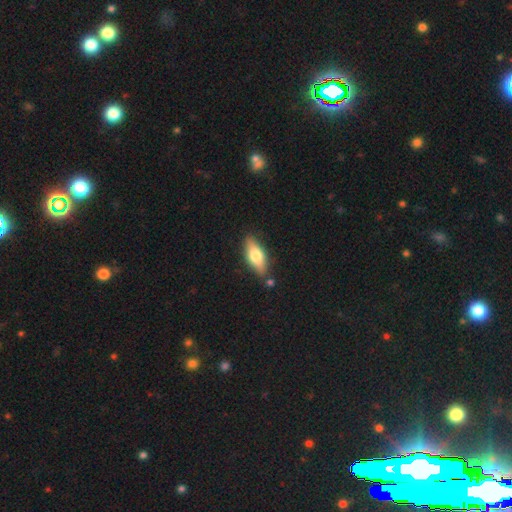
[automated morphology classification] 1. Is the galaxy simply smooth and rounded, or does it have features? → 63% smooth, 31% featured or disk, 6% star or artifact.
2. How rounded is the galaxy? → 69% in between, 28% cigar-shaped, 3% round.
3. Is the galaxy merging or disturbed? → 81% none, 12% minor disturbance, 5% merger, 3% major disturbance.